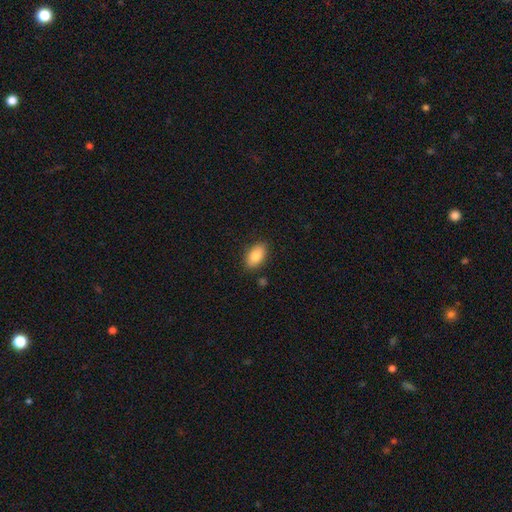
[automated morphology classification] This is clearly a smooth galaxy (84%). How rounded: clearly in between (92%). Merging: clearly none (87%).